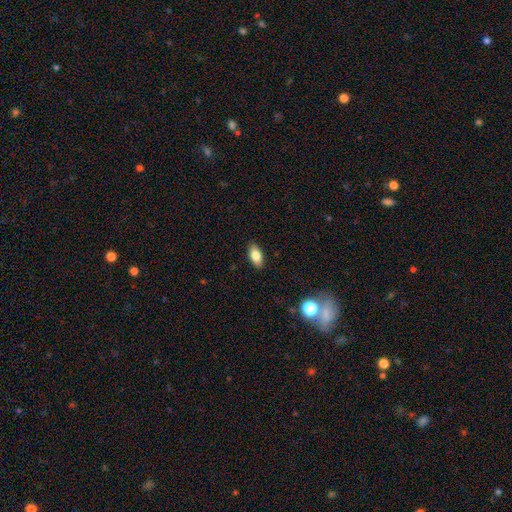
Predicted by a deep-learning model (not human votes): Overall: smooth (81%). How rounded: in between (90%). Merging: none (89%).